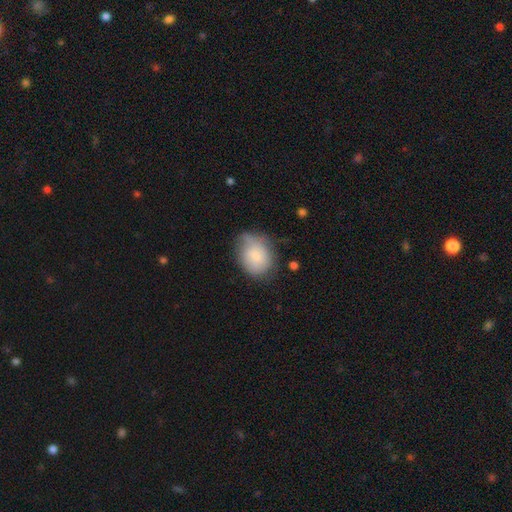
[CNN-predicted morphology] smooth-or-featured: smooth: 66% | featured or disk: 27% | star or artifact: 8%
  how-rounded: in between: 50% | round: 49% | cigar-shaped: 1%
  merging: none: 52% | minor disturbance: 33% | major disturbance: 11% | merger: 3%